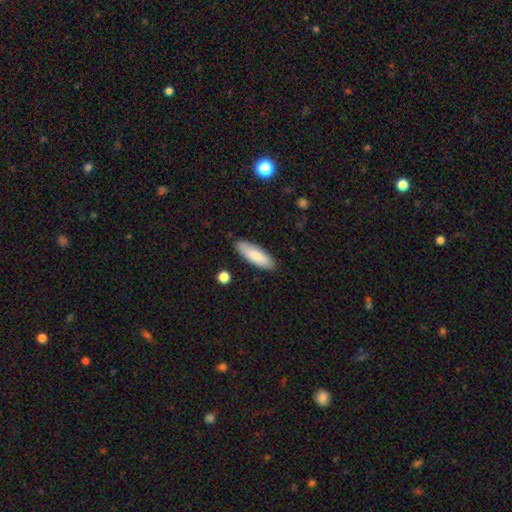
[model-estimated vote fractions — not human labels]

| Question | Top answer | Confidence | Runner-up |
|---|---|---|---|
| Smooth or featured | smooth | 83% | featured or disk (12%) |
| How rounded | in between | 56% | cigar-shaped (43%) |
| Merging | none | 86% | minor disturbance (10%) |